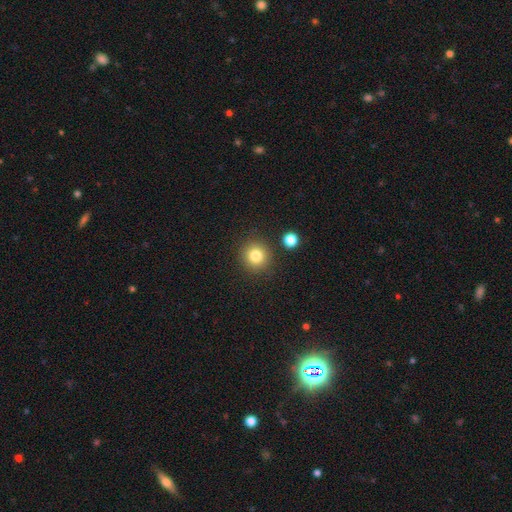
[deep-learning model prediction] Smooth or featured? Predicted: smooth (p=0.81). How rounded? Predicted: round (p=0.92). Merging? Predicted: none (p=0.87).